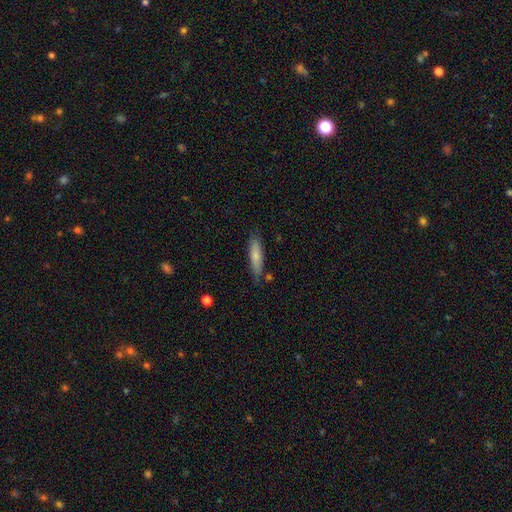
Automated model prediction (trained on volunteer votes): Q: Smooth or featured?
A: smooth (76%); runner-up: featured or disk (18%)
Q: How rounded?
A: cigar-shaped (77%); runner-up: in between (21%)
Q: Merging?
A: none (79%); runner-up: minor disturbance (15%)